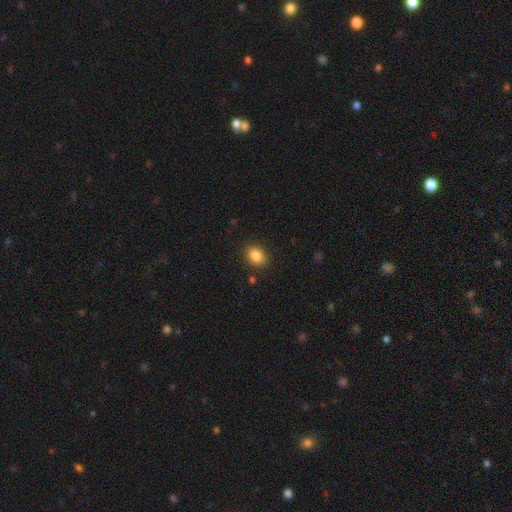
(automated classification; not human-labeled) A smooth galaxy with no disk features (86%) that is in between round and cigar-shaped (61%).

Vote fractions:
- Smooth or featured? smooth: 86% / star or artifact: 9% / featured or disk: 5%
- How rounded? in between: 61% / round: 38% / cigar-shaped: 1%
- Merging? none: 87% / minor disturbance: 9% / major disturbance: 3% / merger: 2%